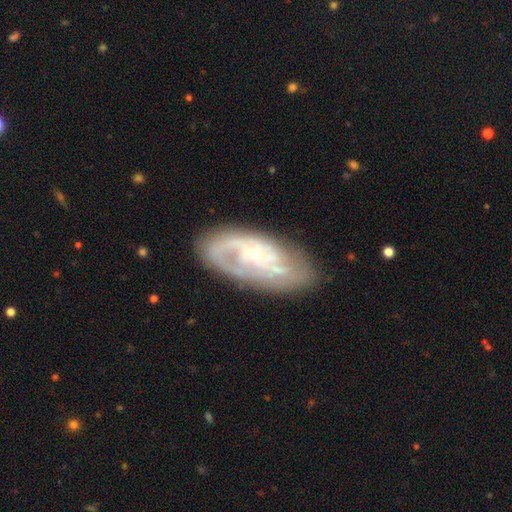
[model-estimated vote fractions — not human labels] Q: Smooth or featured?
A: featured or disk (78%); runner-up: smooth (17%)
Q: Edge-on disk?
A: no (94%); runner-up: yes (6%)
Q: Bar?
A: no (59%); runner-up: weak (33%)
Q: Spiral arms?
A: yes (85%); runner-up: no (15%)
Q: Spiral winding?
A: tight (44%); runner-up: medium (40%)
Q: Spiral arm count?
A: 2 (41%); runner-up: can't tell (34%)
Q: Bulge size?
A: small (70%); runner-up: moderate (21%)
Q: Merging?
A: none (68%); runner-up: minor disturbance (20%)